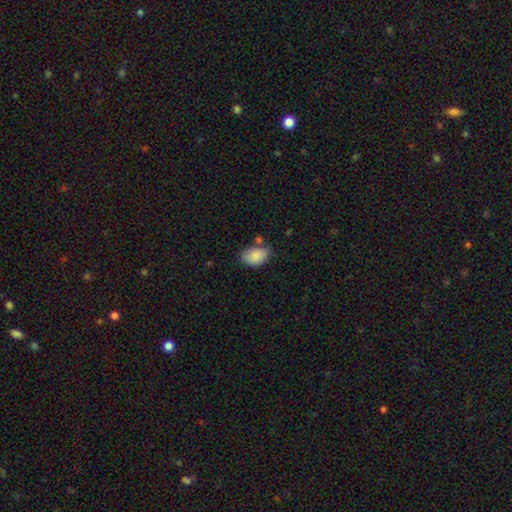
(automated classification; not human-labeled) smooth-or-featured: smooth: 87% | star or artifact: 7% | featured or disk: 7%
  how-rounded: in between: 87% | round: 12% | cigar-shaped: 1%
  merging: none: 63% | minor disturbance: 24% | merger: 8% | major disturbance: 5%